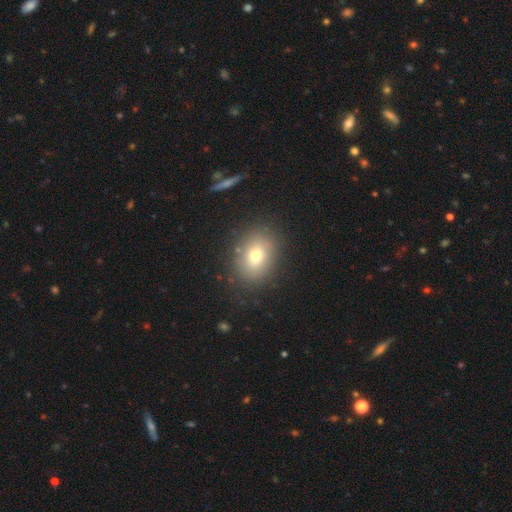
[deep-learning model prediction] Smooth or featured?
  - smooth: 70% *
  - featured or disk: 16%
  - star or artifact: 14%
How rounded?
  - in between: 54% *
  - round: 45%
  - cigar-shaped: 1%
Merging?
  - none: 84% *
  - minor disturbance: 10%
  - major disturbance: 4%
  - merger: 2%